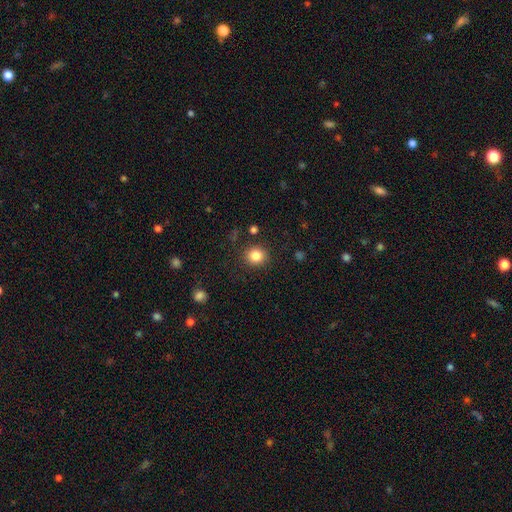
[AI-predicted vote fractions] Smooth or featured? Predicted: smooth (p=0.84). How rounded? Predicted: round (p=0.87). Merging? Predicted: none (p=0.89).